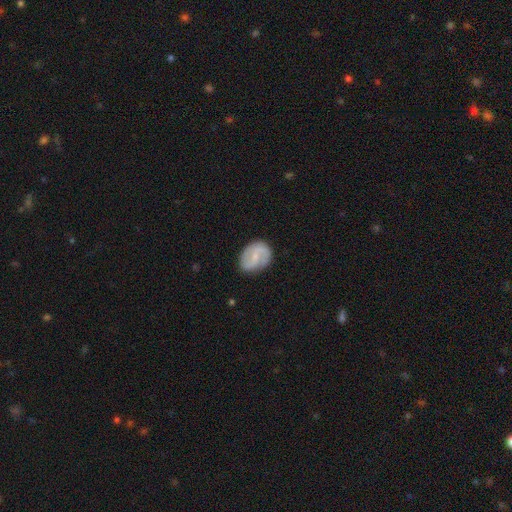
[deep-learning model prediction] Smooth or featured?
  - featured or disk: 69% *
  - smooth: 25%
  - star or artifact: 6%
Edge-on disk?
  - no: 98% *
  - yes: 2%
Bar?
  - weak: 53% *
  - no: 32%
  - strong: 16%
Spiral arms?
  - yes: 90% *
  - no: 10%
Spiral winding?
  - medium: 44% *
  - loose: 36%
  - tight: 19%
Spiral arm count?
  - 2: 86% *
  - can't tell: 7%
  - 1: 3%
  - 3: 1%
  - 4: 1%
  - more than 4: 1%
Bulge size?
  - small: 64% *
  - moderate: 23%
  - none: 11%
  - large: 1%
  - dominant: 1%
Merging?
  - none: 80% *
  - minor disturbance: 15%
  - major disturbance: 4%
  - merger: 1%